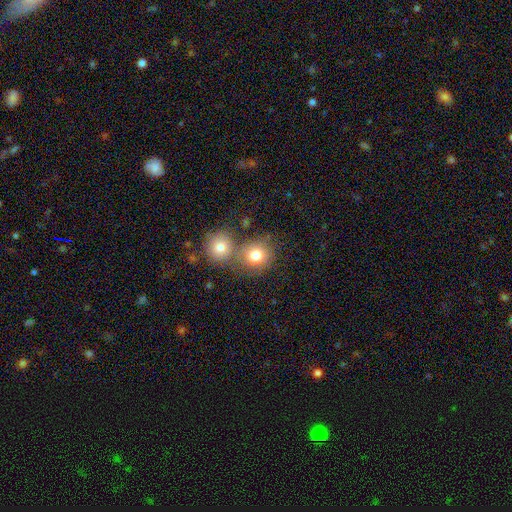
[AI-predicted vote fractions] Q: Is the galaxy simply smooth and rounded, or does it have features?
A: smooth — 78%.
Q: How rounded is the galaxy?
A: round — 84%.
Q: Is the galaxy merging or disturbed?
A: none — 52%.